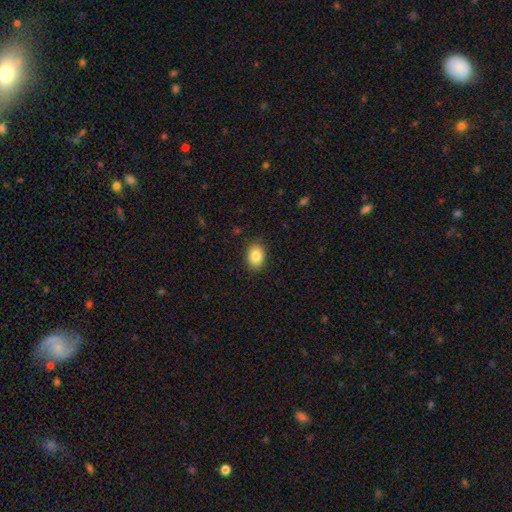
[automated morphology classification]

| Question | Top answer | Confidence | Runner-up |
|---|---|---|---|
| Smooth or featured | smooth | 85% | star or artifact (8%) |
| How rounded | in between | 70% | round (29%) |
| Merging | none | 87% | minor disturbance (10%) |